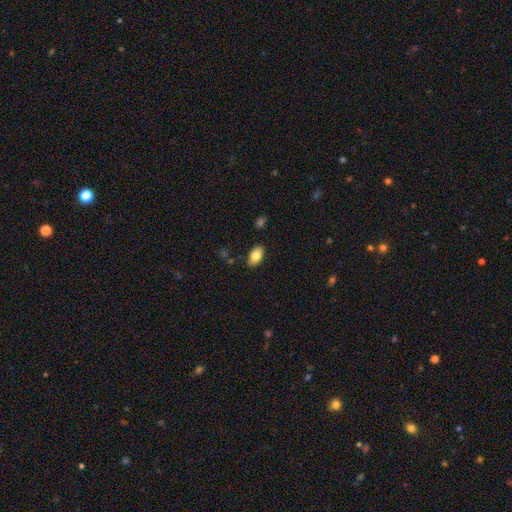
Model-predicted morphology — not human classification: This is likely a smooth galaxy (80%). How rounded: clearly in between (93%). Merging: clearly none (85%).